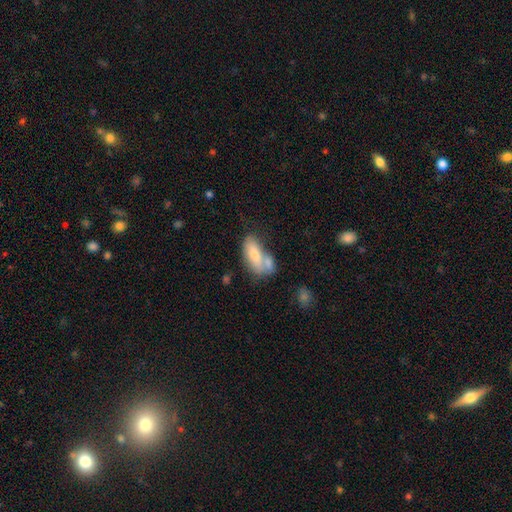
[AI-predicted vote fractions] This is likely a smooth galaxy (71%). How rounded: clearly in between (81%). Merging: marginally merger (42%).